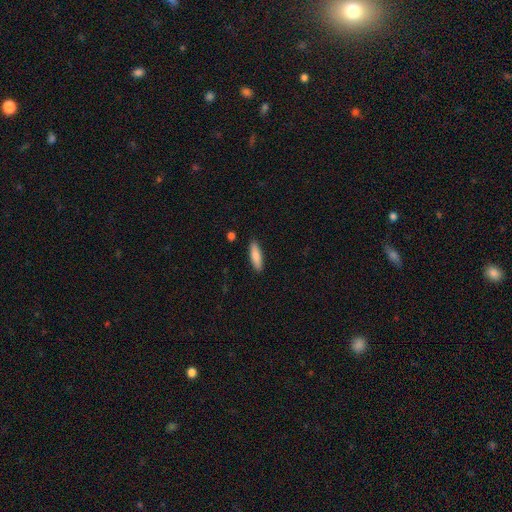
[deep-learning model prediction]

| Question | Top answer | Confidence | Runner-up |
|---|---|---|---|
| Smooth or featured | smooth | 84% | featured or disk (10%) |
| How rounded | cigar-shaped | 61% | in between (37%) |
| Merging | none | 89% | minor disturbance (8%) |